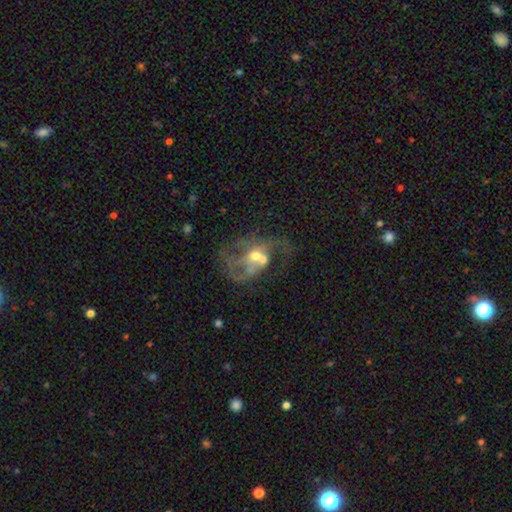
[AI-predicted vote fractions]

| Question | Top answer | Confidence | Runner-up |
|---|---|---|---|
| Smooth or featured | featured or disk | 65% | smooth (24%) |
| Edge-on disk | no | 97% | yes (3%) |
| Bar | no | 73% | weak (21%) |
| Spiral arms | no | 55% | yes (45%) |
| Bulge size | moderate | 59% | small (27%) |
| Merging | major disturbance | 35% | merger (32%) |